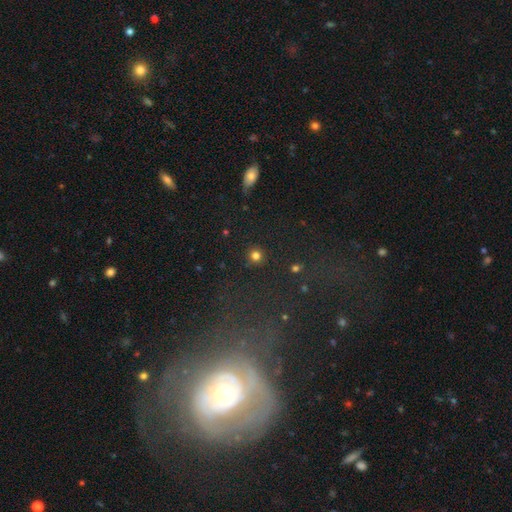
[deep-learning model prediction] This appears to be a smooth galaxy with no disk features (79%) that is round (94%). Merging: none (91%).